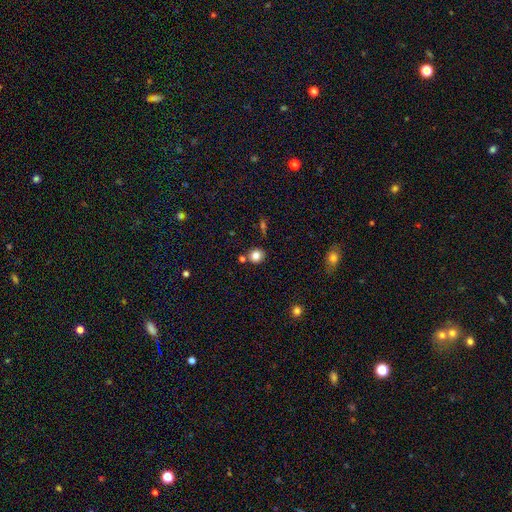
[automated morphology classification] Q: Smooth or featured?
A: smooth (82%); runner-up: star or artifact (11%)
Q: How rounded?
A: round (82%); runner-up: in between (17%)
Q: Merging?
A: none (75%); runner-up: minor disturbance (11%)